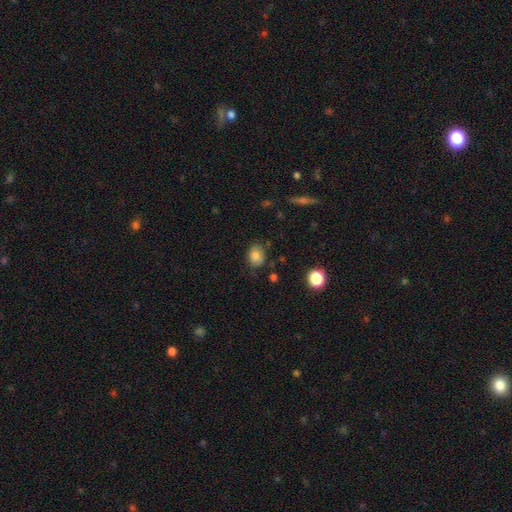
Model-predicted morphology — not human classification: Q: Smooth or featured?
A: smooth (82%); runner-up: star or artifact (11%)
Q: How rounded?
A: in between (60%); runner-up: round (39%)
Q: Merging?
A: none (75%); runner-up: minor disturbance (19%)